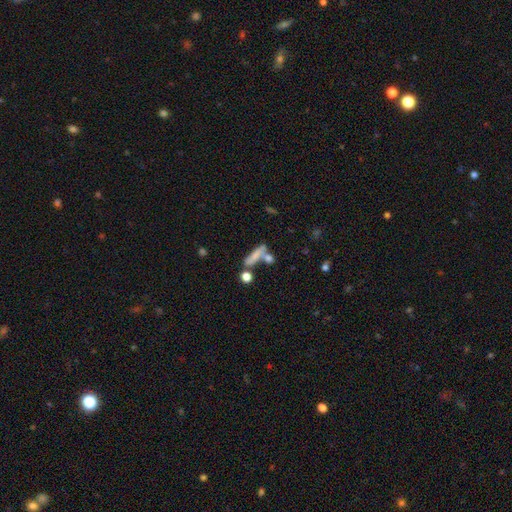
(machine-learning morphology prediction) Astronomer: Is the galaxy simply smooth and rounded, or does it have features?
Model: smooth — 65%.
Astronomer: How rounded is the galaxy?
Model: cigar-shaped — 58% (runner-up: in between, 35%).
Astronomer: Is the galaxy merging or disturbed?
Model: none — 38% (runner-up: merger, 35%).